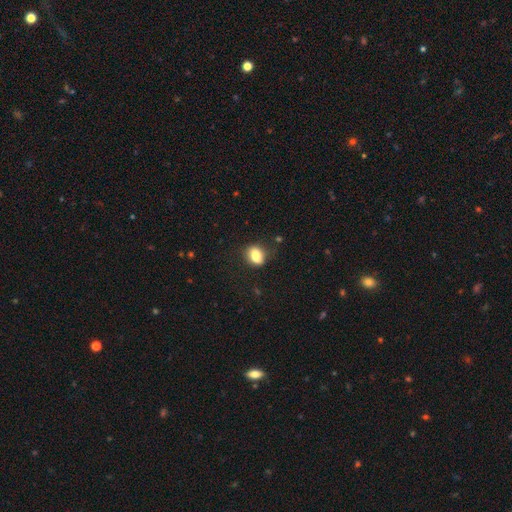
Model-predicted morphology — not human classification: Smooth or featured? Predicted: smooth (p=0.78). How rounded? Predicted: in between (p=0.63). Merging? Predicted: none (p=0.60).